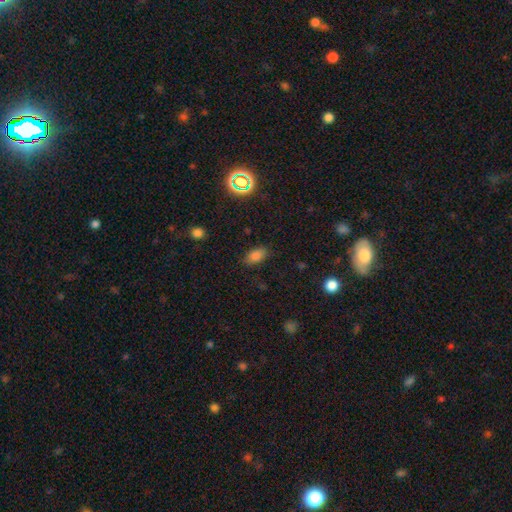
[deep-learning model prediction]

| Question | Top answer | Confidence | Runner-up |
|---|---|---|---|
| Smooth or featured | smooth | 81% | star or artifact (13%) |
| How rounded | in between | 91% | round (7%) |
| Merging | none | 82% | minor disturbance (13%) |